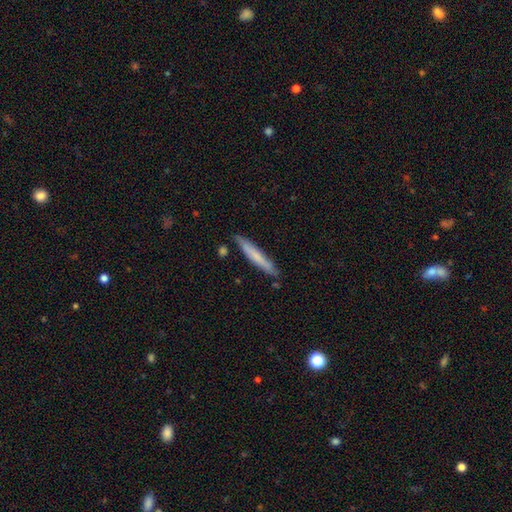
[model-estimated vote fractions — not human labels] Q: Smooth or featured?
A: smooth (64%); runner-up: featured or disk (30%)
Q: How rounded?
A: cigar-shaped (95%); runner-up: in between (4%)
Q: Merging?
A: none (83%); runner-up: minor disturbance (12%)